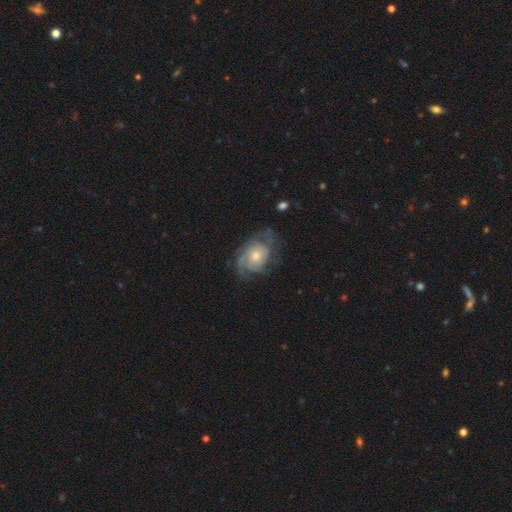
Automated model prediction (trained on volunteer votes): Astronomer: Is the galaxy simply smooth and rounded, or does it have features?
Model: featured or disk — 78%.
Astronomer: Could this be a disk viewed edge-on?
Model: no — 97%.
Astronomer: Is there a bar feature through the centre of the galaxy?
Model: no — 78%.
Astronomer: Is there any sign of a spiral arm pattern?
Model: yes — 91%.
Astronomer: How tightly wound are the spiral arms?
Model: tight — 56% (runner-up: medium, 33%).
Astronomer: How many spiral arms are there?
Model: can't tell — 38% (runner-up: 3, 22%).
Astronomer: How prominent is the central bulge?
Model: moderate — 62%.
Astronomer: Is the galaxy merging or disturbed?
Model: none — 59%.